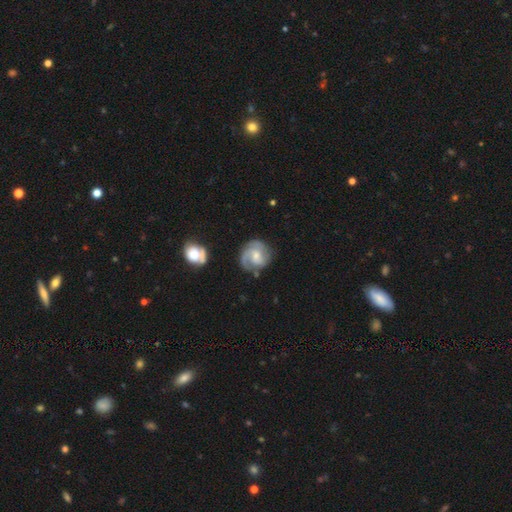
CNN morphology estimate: Smooth or featured?
  - featured or disk: 77% *
  - smooth: 17%
  - star or artifact: 6%
Edge-on disk?
  - no: 98% *
  - yes: 2%
Bar?
  - no: 52% *
  - weak: 41%
  - strong: 7%
Spiral arms?
  - yes: 94% *
  - no: 6%
Spiral winding?
  - tight: 47% *
  - medium: 39%
  - loose: 14%
Spiral arm count?
  - 2: 46% *
  - 1: 17%
  - 3: 16%
  - can't tell: 16%
  - 4: 3%
  - more than 4: 3%
Bulge size?
  - moderate: 48% *
  - small: 41%
  - none: 5%
  - large: 4%
  - dominant: 1%
Merging?
  - none: 69% *
  - minor disturbance: 19%
  - major disturbance: 9%
  - merger: 3%